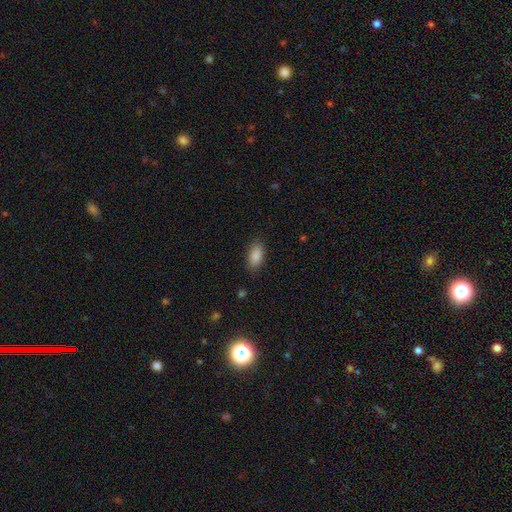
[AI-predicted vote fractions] Morphology: type=smooth (89%); roundness=in between (90%); merging=none (85%).